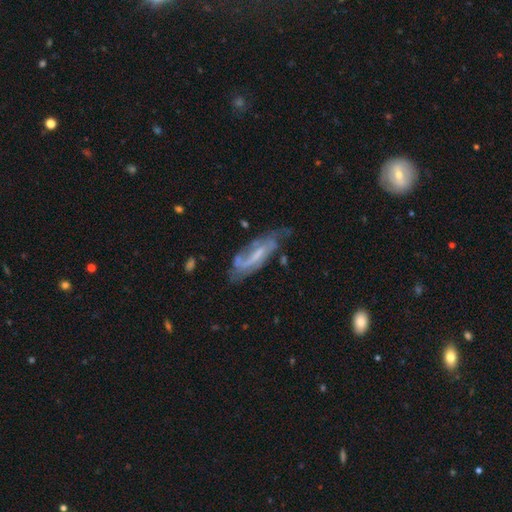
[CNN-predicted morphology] Q: Smooth or featured?
A: featured or disk (74%); runner-up: smooth (19%)
Q: Edge-on disk?
A: no (81%); runner-up: yes (19%)
Q: Bar?
A: weak (43%); runner-up: no (30%)
Q: Spiral arms?
A: yes (83%); runner-up: no (17%)
Q: Bulge size?
A: small (44%); runner-up: none (29%)
Q: Merging?
A: none (53%); runner-up: minor disturbance (26%)